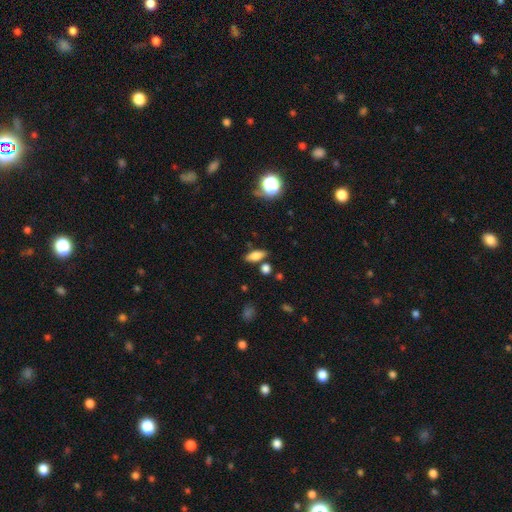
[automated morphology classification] smooth_or_featured: smooth (p=0.77) [alt: featured or disk p=0.13]
how_rounded: in between (p=0.75) [alt: cigar-shaped p=0.20]
merging: none (p=0.77) [alt: minor disturbance p=0.12]